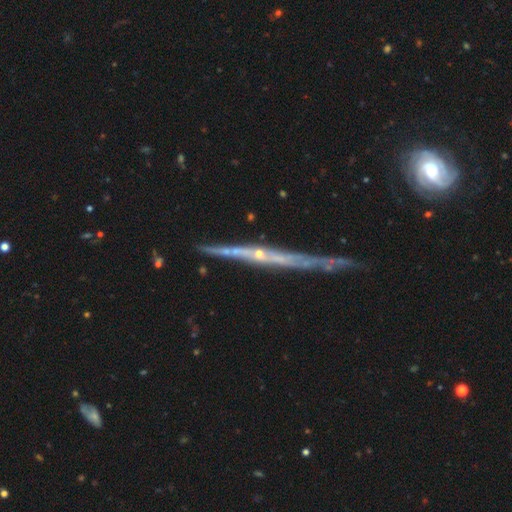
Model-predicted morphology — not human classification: featured or disk 81%, smooth 10%, star or artifact 9%. Down the decision tree: edge-on disk — yes (97%); edge-on bulge — none (46%); merging — none (82%).